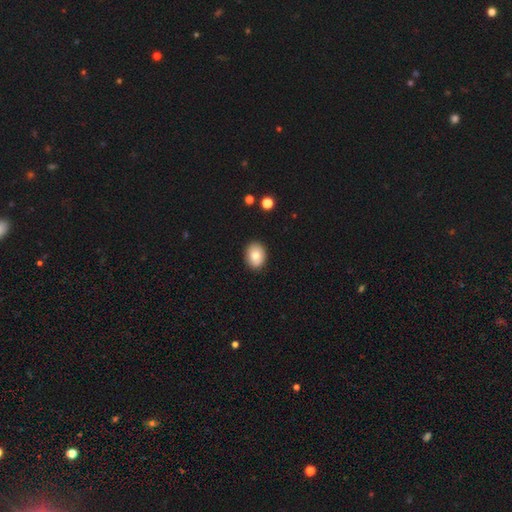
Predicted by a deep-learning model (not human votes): Q: Smooth or featured?
A: smooth (83%); runner-up: featured or disk (9%)
Q: How rounded?
A: in between (66%); runner-up: round (33%)
Q: Merging?
A: none (88%); runner-up: minor disturbance (9%)